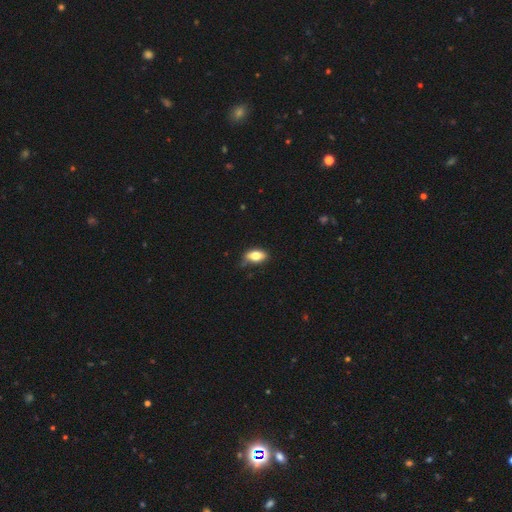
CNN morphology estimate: type=smooth (74%); roundness=in between (87%); merging=none (59%).